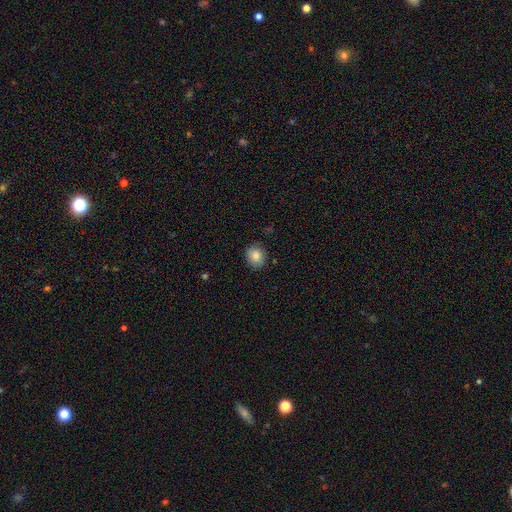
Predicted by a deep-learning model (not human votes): smooth-or-featured: smooth: 84% | star or artifact: 9% | featured or disk: 7%
  how-rounded: round: 72% | in between: 27% | cigar-shaped: 1%
  merging: none: 85% | minor disturbance: 12% | major disturbance: 3% | merger: 1%